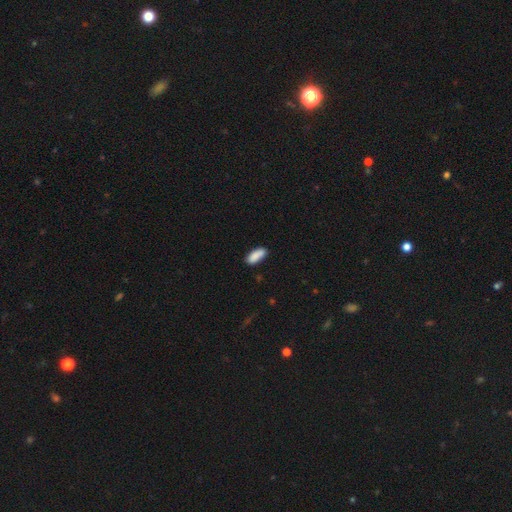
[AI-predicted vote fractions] Smooth or featured? smooth (87%)
How rounded? in between (80%)
Merging? none (77%)